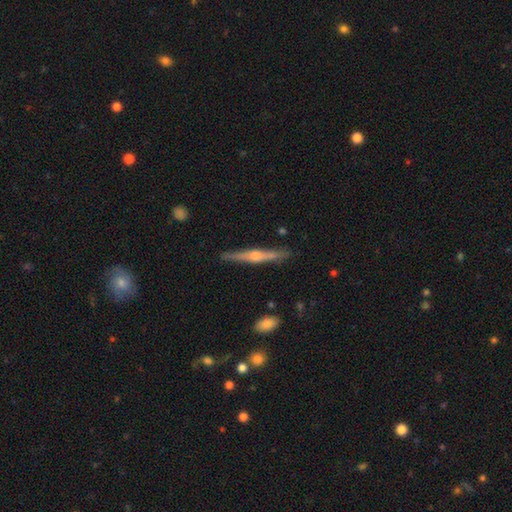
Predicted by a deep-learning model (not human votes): A featured or disk galaxy (73%) viewed edge-on (98%) with a rounded central bulge (81%).

Vote fractions:
- Smooth or featured? featured or disk: 73% / smooth: 21% / star or artifact: 6%
- Edge-on disk? yes: 98% / no: 2%
- Edge-on bulge? rounded: 81% / boxy: 11% / none: 8%
- Merging? none: 87% / minor disturbance: 9% / major disturbance: 2% / merger: 2%